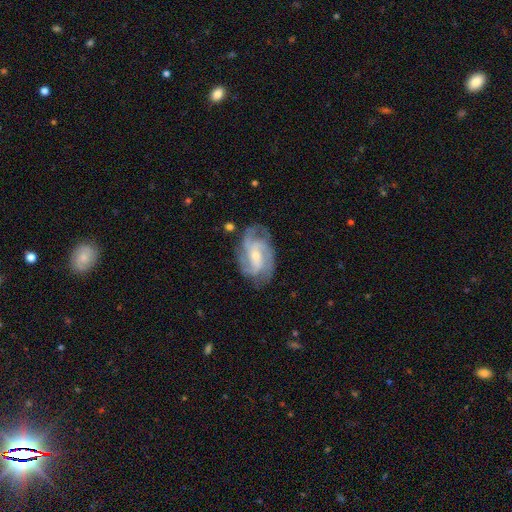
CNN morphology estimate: This appears to be a featured or disk galaxy (88%) with a weak bar (43%), 3 (43%) medium (47%) spiral arms (97%) and a small central bulge (60%). Merging: none (72%).